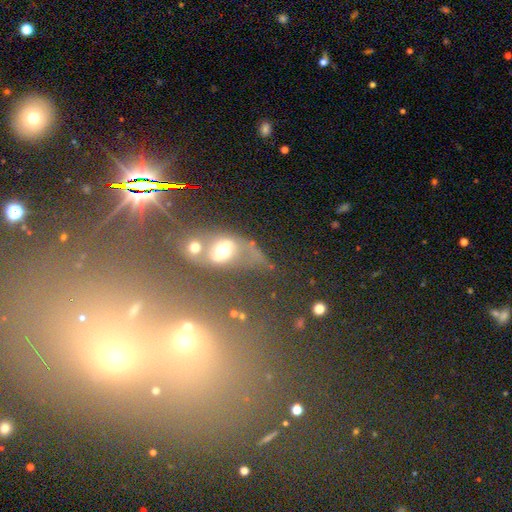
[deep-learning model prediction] Overall: smooth (38%; featured or disk 35%). Merging: none (37%; merger 29%).